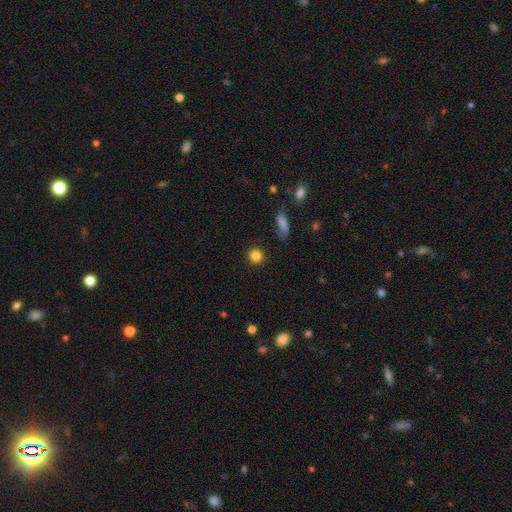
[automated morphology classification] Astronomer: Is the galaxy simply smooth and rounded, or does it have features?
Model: smooth — 83%.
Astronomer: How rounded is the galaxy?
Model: round — 92%.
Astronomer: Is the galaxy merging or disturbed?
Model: none — 88%.